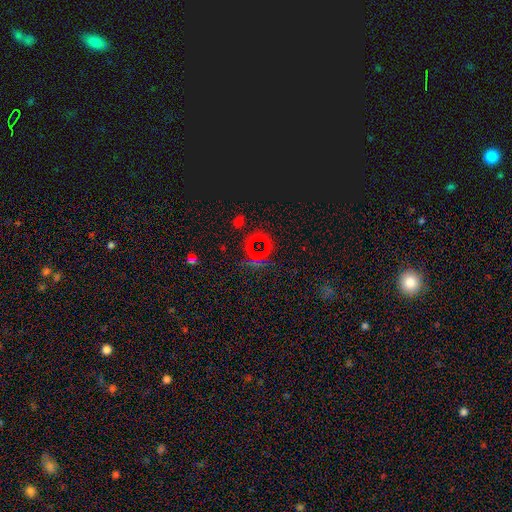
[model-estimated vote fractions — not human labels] Smooth or featured? star or artifact (70%)